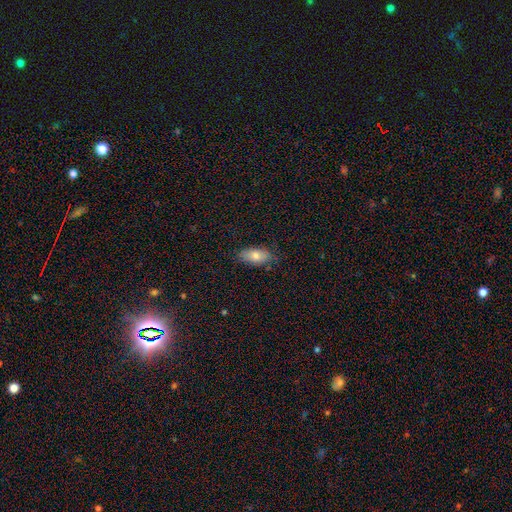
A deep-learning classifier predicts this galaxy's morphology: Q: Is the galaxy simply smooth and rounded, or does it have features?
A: smooth — 78%.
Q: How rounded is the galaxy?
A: in between — 90%.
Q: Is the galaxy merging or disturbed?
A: none — 77%.